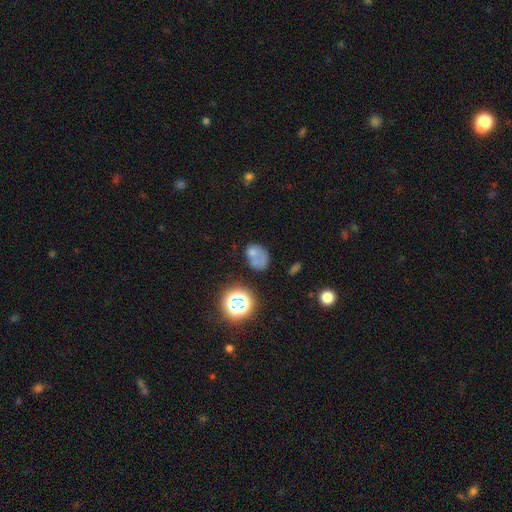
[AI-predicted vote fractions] Overall: smooth (59%; featured or disk 23%). How rounded: in between (57%; round 42%). Merging: none (37%; merger 28%).